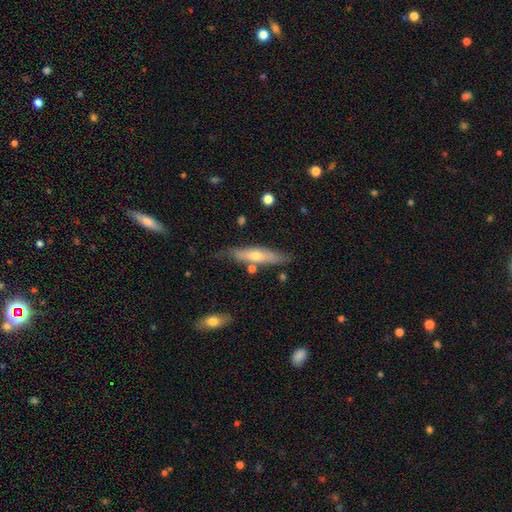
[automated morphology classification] smooth-or-featured: featured or disk: 48% | smooth: 46% | star or artifact: 6%
  merging: none: 72% | minor disturbance: 19% | merger: 6% | major disturbance: 4%